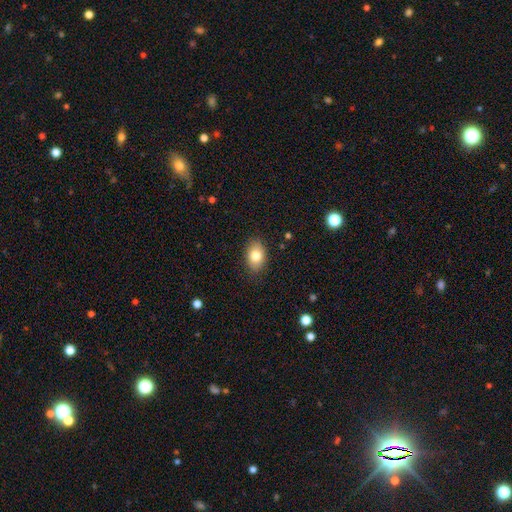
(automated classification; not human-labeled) This appears to be a smooth galaxy with no disk features (80%) that is in between round and cigar-shaped (84%). Merging: none (87%).